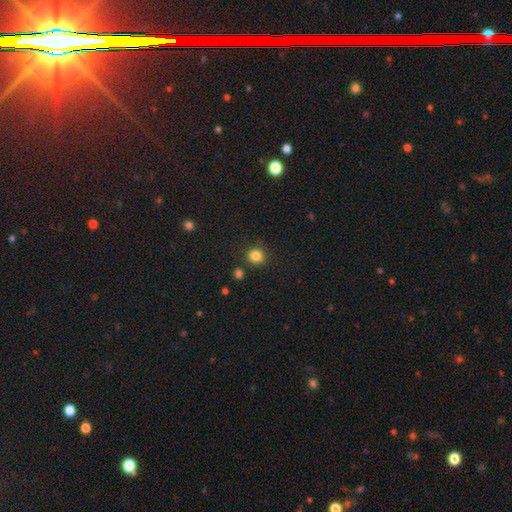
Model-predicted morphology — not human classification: Smooth or featured: smooth — 83% (star or artifact — 12%)
How rounded: round — 87% (in between — 12%)
Merging: none — 85% (minor disturbance — 8%)